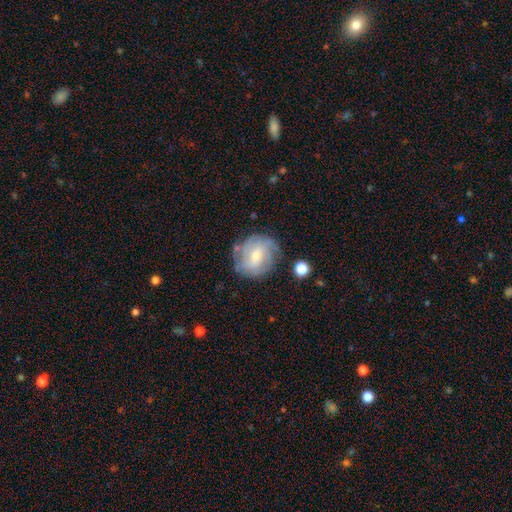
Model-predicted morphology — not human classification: featured or disk 64%, smooth 28%, star or artifact 8%. Down the decision tree: edge-on disk — no (97%); bar — weak (46%); spiral arms — yes (84%); spiral arm count — can't tell (43%); spiral winding — tight (53%); bulge size — small (58%); merging — none (72%).